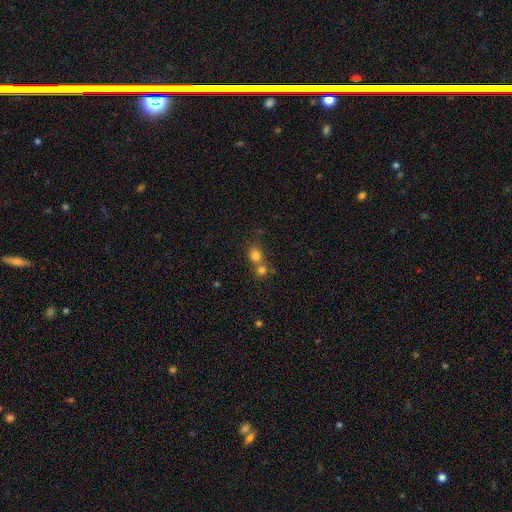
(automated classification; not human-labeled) smooth-or-featured: smooth: 78% | star or artifact: 14% | featured or disk: 8%
  how-rounded: round: 77% | in between: 22% | cigar-shaped: 1%
  merging: merger: 47% | none: 44% | minor disturbance: 6% | major disturbance: 3%